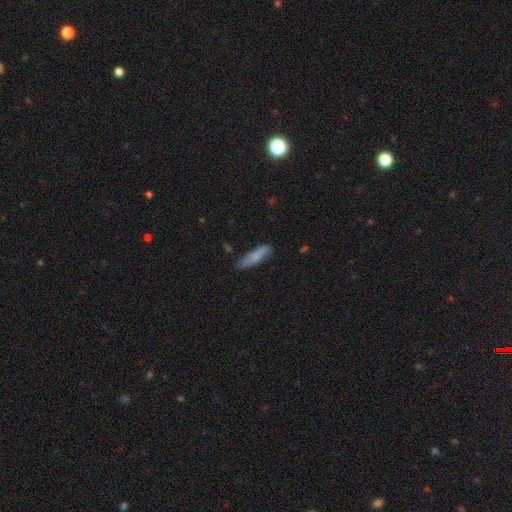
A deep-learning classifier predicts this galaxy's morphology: smooth 74%, featured or disk 20%, star or artifact 6%. Down the decision tree: how rounded — cigar-shaped (76%); merging — none (77%).